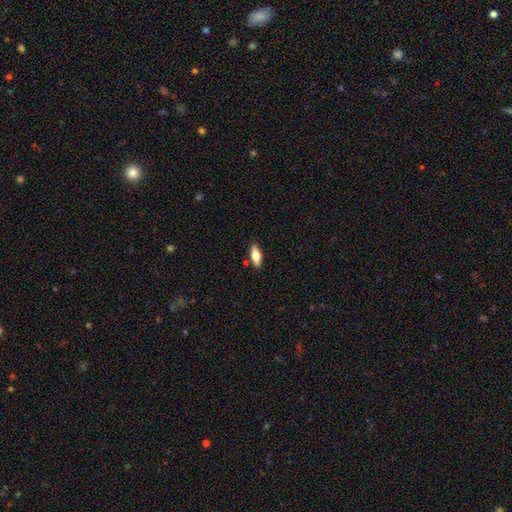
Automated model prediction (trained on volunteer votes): The model was most divided on "how rounded": in between: 69%, cigar-shaped: 28%, round: 2%. More confident: merging — none (87%); smooth or featured — smooth (70%).